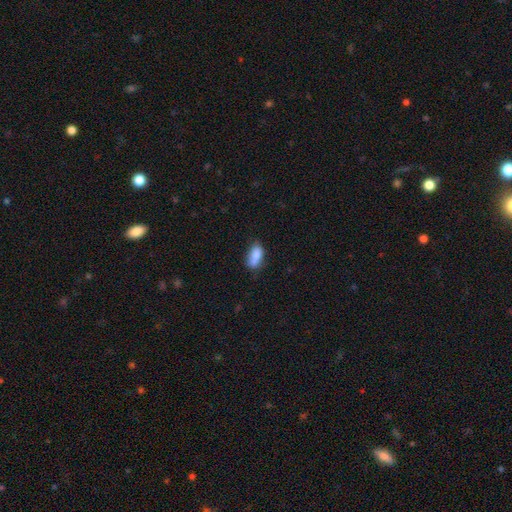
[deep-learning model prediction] A smooth galaxy with no disk features (81%) that is in between round and cigar-shaped (84%). Merging: none (54%).